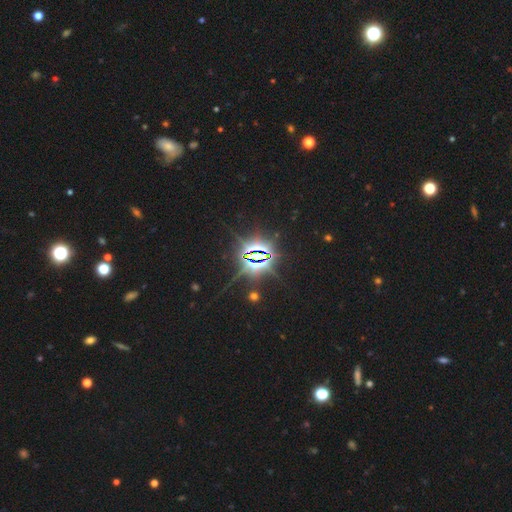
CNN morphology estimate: Smooth or featured? star or artifact (85%)